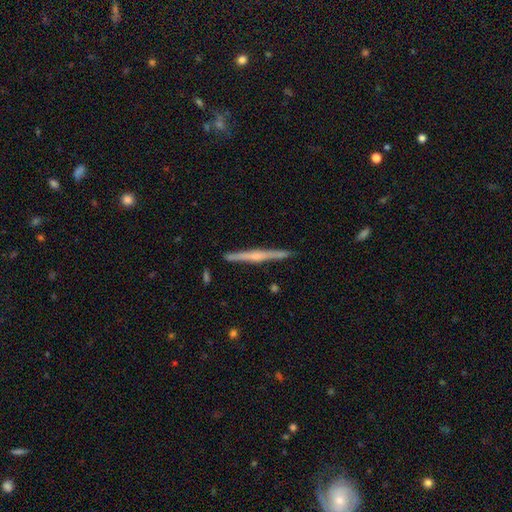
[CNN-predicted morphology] A featured or disk galaxy (74%) viewed edge-on (98%) with a rounded central bulge (67%).

Vote fractions:
- Smooth or featured? featured or disk: 74% / smooth: 20% / star or artifact: 6%
- Edge-on disk? yes: 98% / no: 2%
- Edge-on bulge? rounded: 67% / none: 22% / boxy: 11%
- Merging? none: 91% / minor disturbance: 6% / merger: 1% / major disturbance: 1%